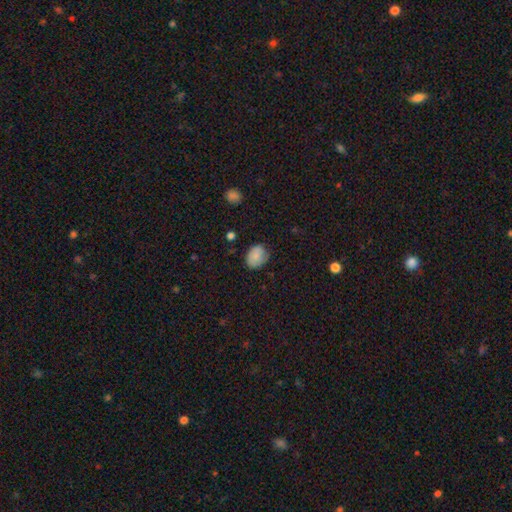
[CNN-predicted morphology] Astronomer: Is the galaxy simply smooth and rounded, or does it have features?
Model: smooth — 78%.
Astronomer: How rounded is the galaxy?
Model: in between — 58% (runner-up: round, 41%).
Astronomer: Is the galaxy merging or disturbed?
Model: none — 70%.